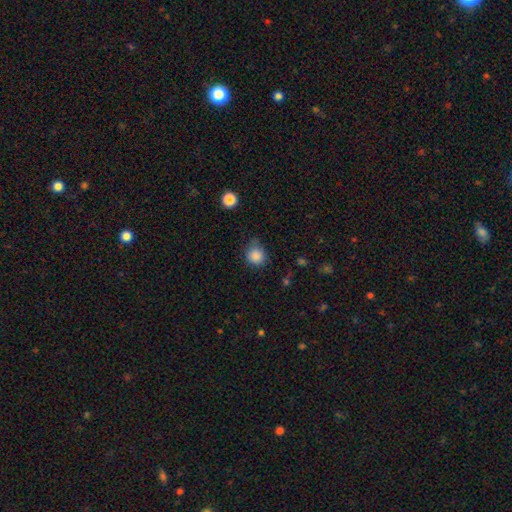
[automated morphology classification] Smooth or featured? smooth (86%)
How rounded? round (85%)
Merging? none (67%)